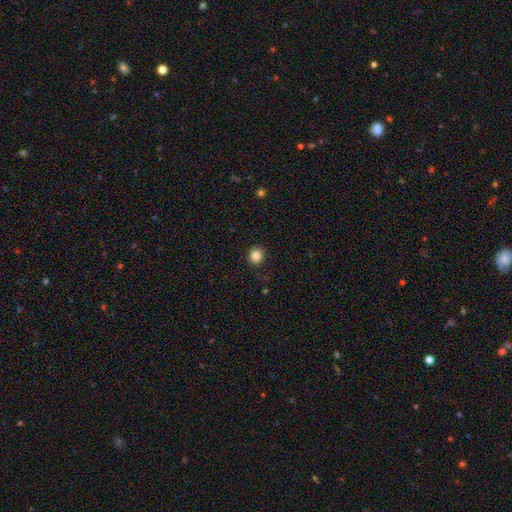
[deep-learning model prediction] Overall: smooth (85%). How rounded: round (81%). Merging: none (88%).